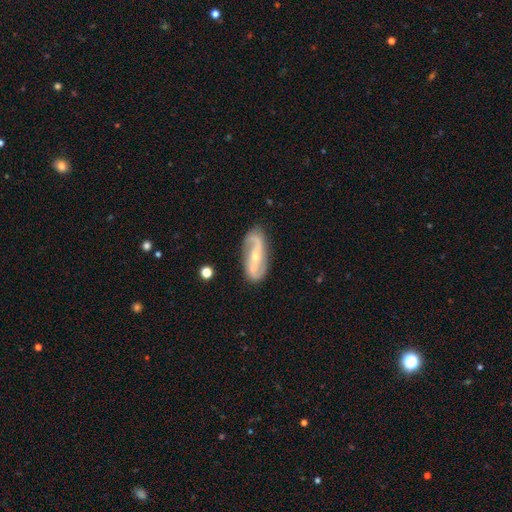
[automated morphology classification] smooth_or_featured: featured or disk (p=0.84) [alt: smooth p=0.11]
disk_edge_on: no (p=0.94) [alt: yes p=0.06]
bar: no (p=0.43) [alt: weak p=0.32]
has_spiral_arms: yes (p=0.93) [alt: no p=0.07]
spiral_winding: medium (p=0.41) [alt: loose p=0.40]
spiral_arm_count: 2 (p=0.89) [alt: can't tell p=0.05]
bulge_size: small (p=0.59) [alt: moderate p=0.37]
merging: none (p=0.76) [alt: minor disturbance p=0.16]